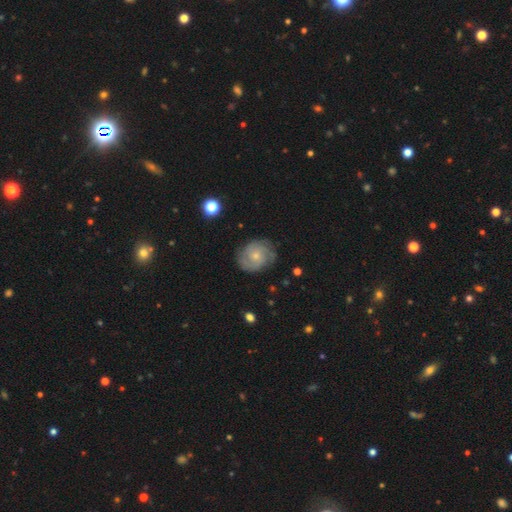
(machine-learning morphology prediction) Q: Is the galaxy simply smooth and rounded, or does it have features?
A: featured or disk — 73%.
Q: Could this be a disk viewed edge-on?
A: no — 98%.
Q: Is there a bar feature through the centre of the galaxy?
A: no — 76%.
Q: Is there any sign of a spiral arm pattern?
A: yes — 93%.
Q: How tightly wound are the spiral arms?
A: tight — 60%.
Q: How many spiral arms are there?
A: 2 — 34%.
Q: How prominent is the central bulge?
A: small — 67%.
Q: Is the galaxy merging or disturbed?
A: none — 78%.